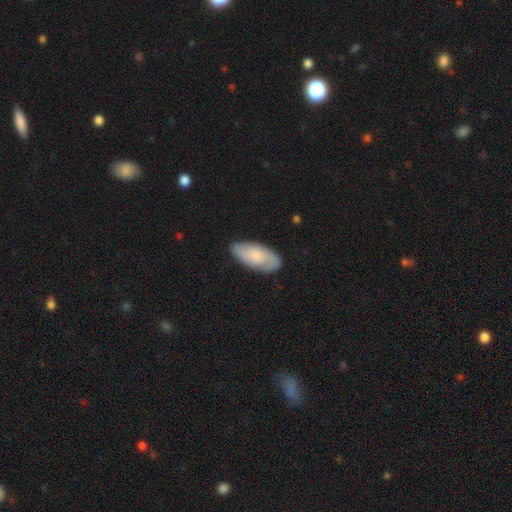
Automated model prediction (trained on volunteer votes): smooth-or-featured: smooth: 66% | featured or disk: 28% | star or artifact: 6%
  how-rounded: in between: 91% | cigar-shaped: 7% | round: 2%
  merging: none: 82% | minor disturbance: 14% | major disturbance: 3% | merger: 1%